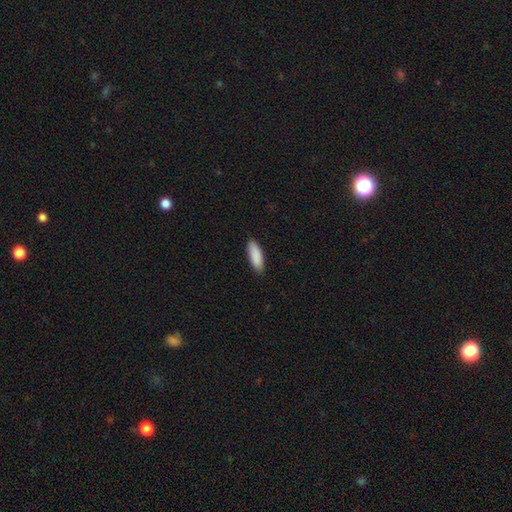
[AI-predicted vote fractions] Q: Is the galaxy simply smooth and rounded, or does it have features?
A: smooth — 90%.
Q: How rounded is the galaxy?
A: in between — 66%.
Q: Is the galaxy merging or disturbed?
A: none — 87%.